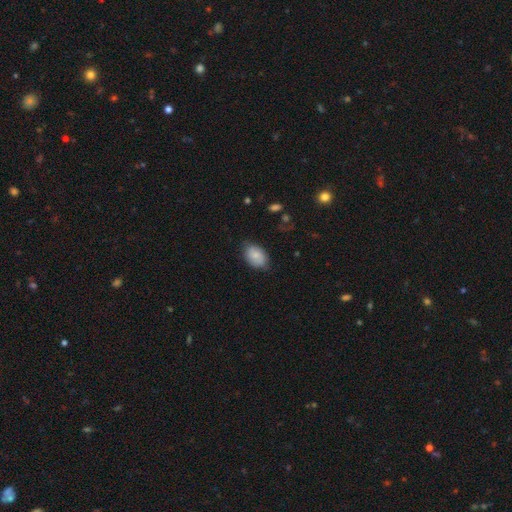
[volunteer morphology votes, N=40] This appears to be a smooth galaxy with no disk features (90%) that is in between round and cigar-shaped (94%). Merging: none (79%).